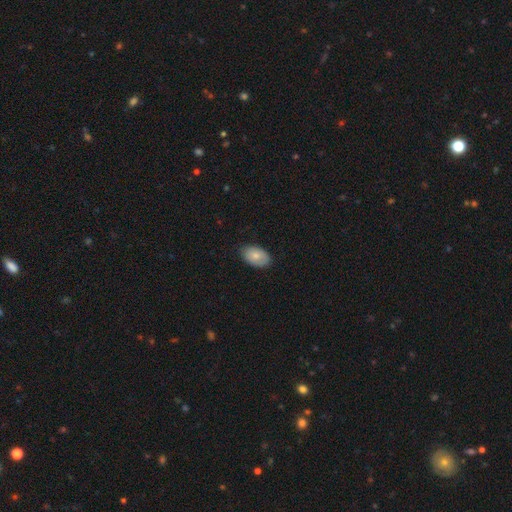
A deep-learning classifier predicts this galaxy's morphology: smooth_or_featured: smooth (p=0.78) [alt: featured or disk p=0.15]
how_rounded: in between (p=0.92) [alt: round p=0.07]
merging: none (p=0.82) [alt: minor disturbance p=0.15]